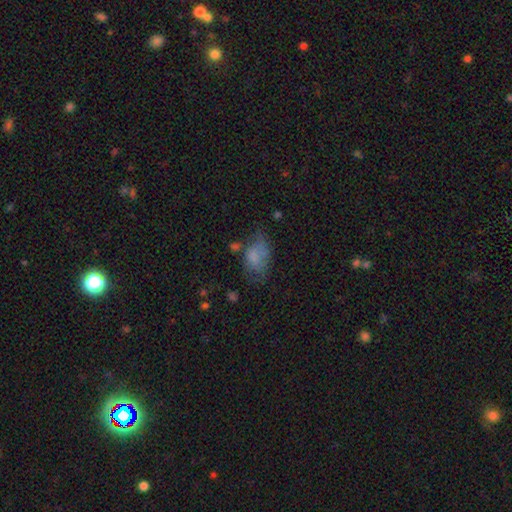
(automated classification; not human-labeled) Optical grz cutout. It shows a smooth galaxy with no disk features (68%) that is in between round and cigar-shaped (85%). Merging: none (34%).